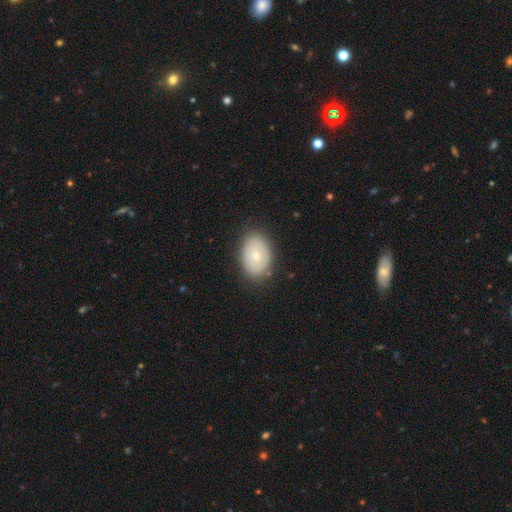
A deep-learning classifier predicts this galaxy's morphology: This is likely a smooth galaxy (66%). How rounded: clearly in between (83%). Merging: clearly none (83%).